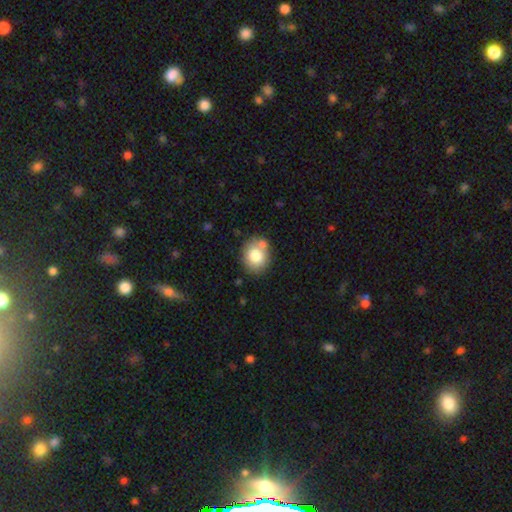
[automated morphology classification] Smooth or featured: smooth — 77% (featured or disk — 14%)
How rounded: round — 68% (in between — 31%)
Merging: none — 69% (merger — 15%)